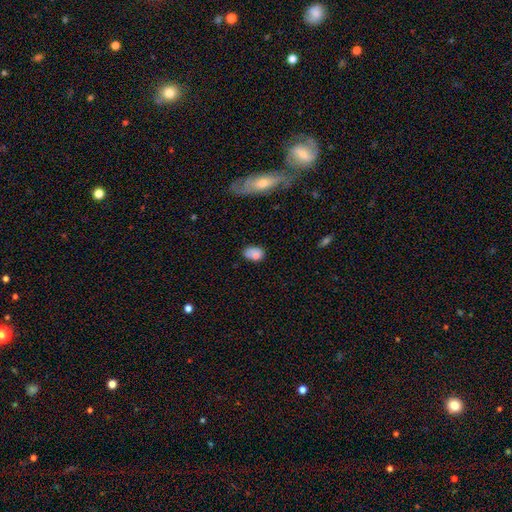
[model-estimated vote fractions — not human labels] Smooth or featured?
  - smooth: 76% *
  - featured or disk: 15%
  - star or artifact: 9%
How rounded?
  - in between: 82% *
  - round: 16%
  - cigar-shaped: 2%
Merging?
  - none: 53% *
  - minor disturbance: 31%
  - major disturbance: 10%
  - merger: 6%